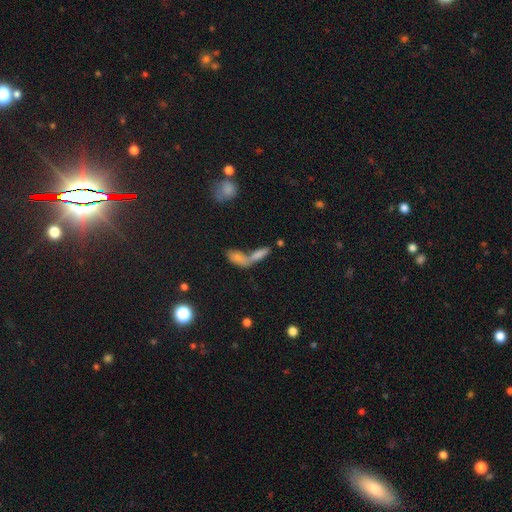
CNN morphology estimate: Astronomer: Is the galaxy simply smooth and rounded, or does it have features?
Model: smooth — 67%.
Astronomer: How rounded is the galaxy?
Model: in between — 53% (runner-up: cigar-shaped, 41%).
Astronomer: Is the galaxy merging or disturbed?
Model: merger — 63%.